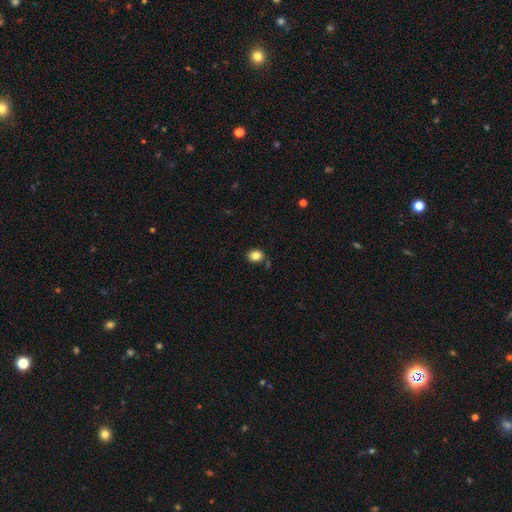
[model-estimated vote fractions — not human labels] Smooth or featured? smooth (84%)
How rounded? in between (53%)
Merging? none (81%)